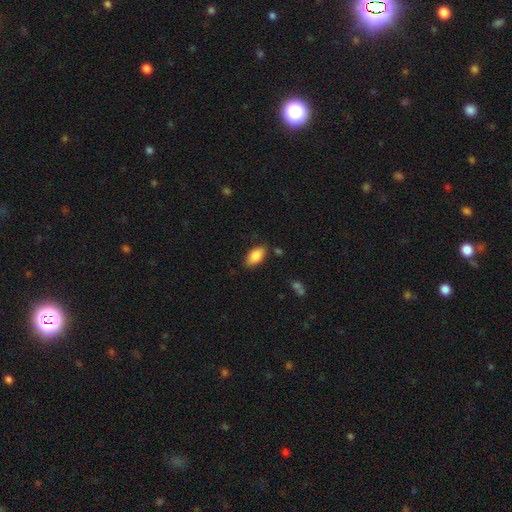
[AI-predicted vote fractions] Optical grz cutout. It shows a smooth galaxy with no disk features (84%) that is in between round and cigar-shaped (91%). Merging: none (80%).